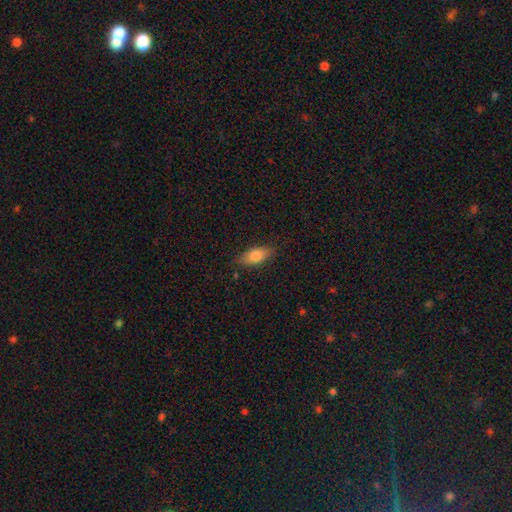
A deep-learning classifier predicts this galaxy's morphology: This is likely a smooth galaxy (78%). How rounded: clearly in between (83%). Merging: clearly none (82%).